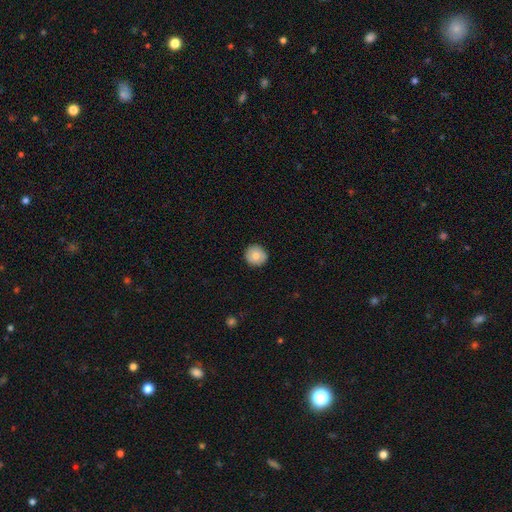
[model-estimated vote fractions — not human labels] Smooth or featured? Predicted: smooth (p=0.78). How rounded? Predicted: round (p=0.92). Merging? Predicted: none (p=0.89).